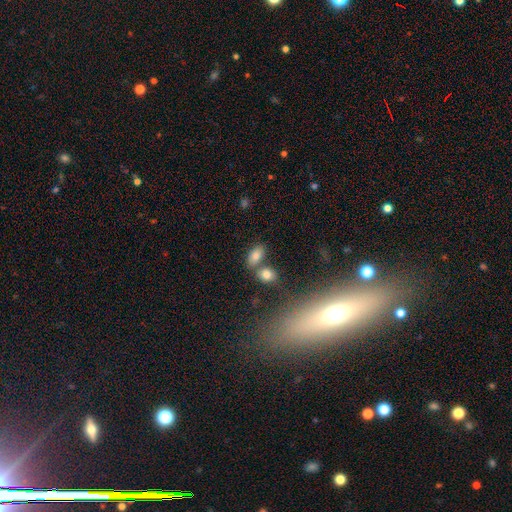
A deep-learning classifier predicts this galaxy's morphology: Overall: smooth (80%). How rounded: in between (90%). Merging: none (60%; merger 25%).